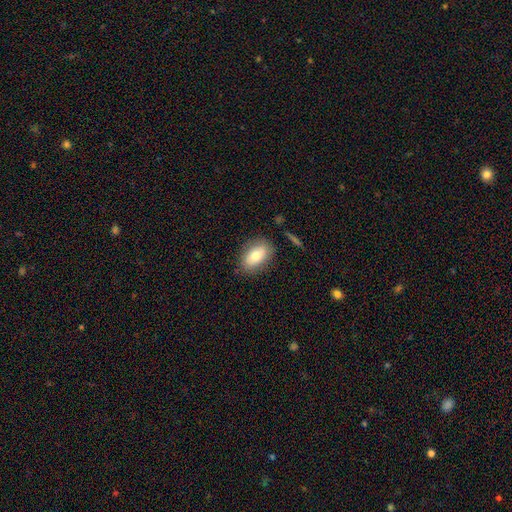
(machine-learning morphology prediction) type=smooth (76%); roundness=in between (89%); merging=none (80%).